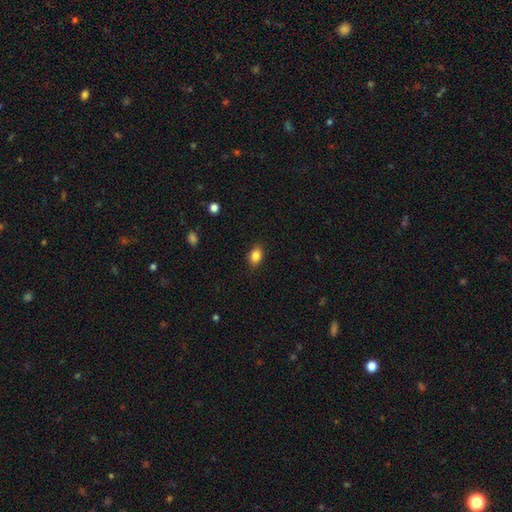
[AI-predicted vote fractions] Smooth or featured: smooth — 85% (star or artifact — 9%)
How rounded: in between — 78% (round — 21%)
Merging: none — 86% (minor disturbance — 11%)